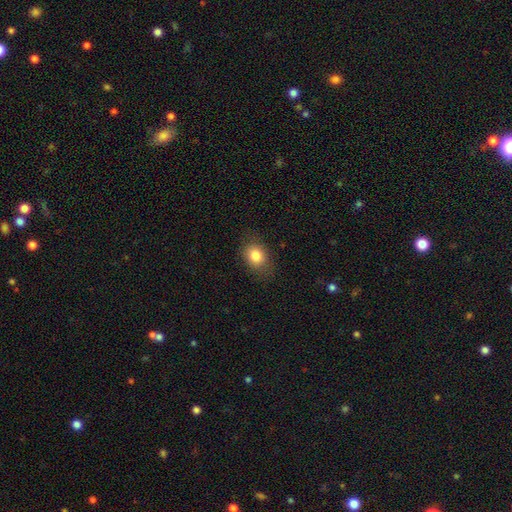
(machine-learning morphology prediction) Overall: smooth (83%). How rounded: in between (61%; round 37%). Merging: none (81%).